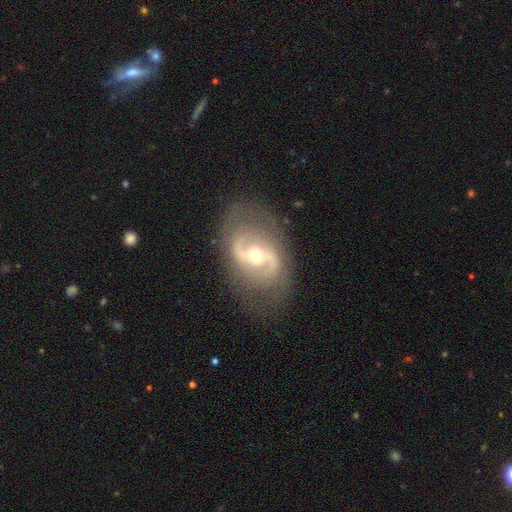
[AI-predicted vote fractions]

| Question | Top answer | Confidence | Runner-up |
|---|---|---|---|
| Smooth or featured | featured or disk | 85% | smooth (9%) |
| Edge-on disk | no | 96% | yes (4%) |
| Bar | weak | 43% | no (32%) |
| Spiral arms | yes | 91% | no (9%) |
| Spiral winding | medium | 49% | loose (30%) |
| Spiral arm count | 2 | 87% | can't tell (6%) |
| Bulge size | moderate | 59% | small (35%) |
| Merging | none | 74% | minor disturbance (15%) |